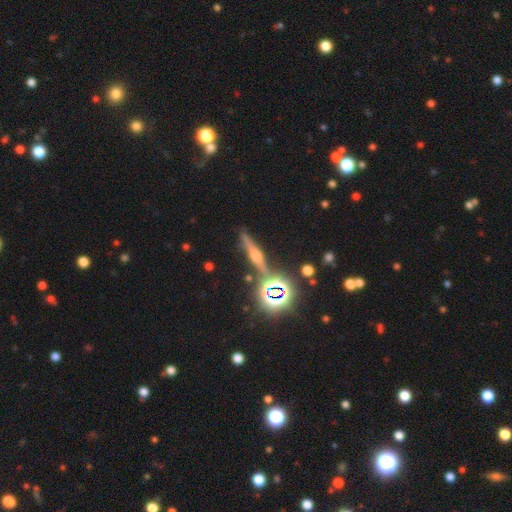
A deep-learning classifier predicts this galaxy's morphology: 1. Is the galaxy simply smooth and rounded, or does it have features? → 59% featured or disk, 23% star or artifact, 17% smooth.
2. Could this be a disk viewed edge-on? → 94% yes, 6% no.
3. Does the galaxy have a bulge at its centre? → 87% rounded, 9% boxy, 5% none.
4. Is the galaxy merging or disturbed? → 86% none, 8% minor disturbance, 4% merger, 3% major disturbance.